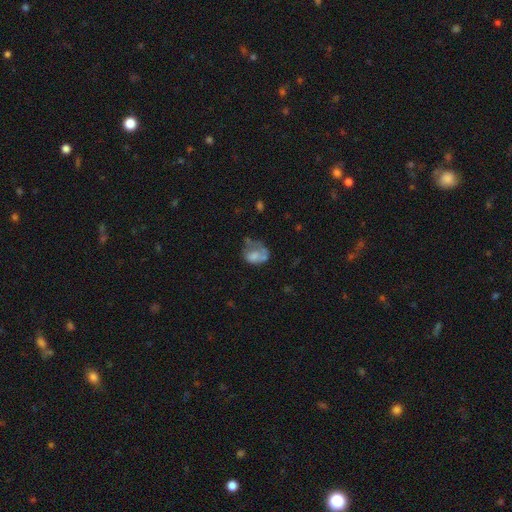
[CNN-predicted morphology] smooth_or_featured: smooth (p=0.56) [alt: featured or disk p=0.34]
how_rounded: in between (p=0.58) [alt: round p=0.41]
merging: major disturbance (p=0.37) [alt: none p=0.28]